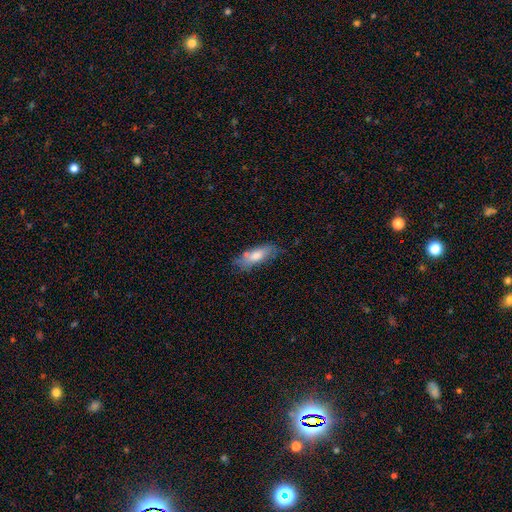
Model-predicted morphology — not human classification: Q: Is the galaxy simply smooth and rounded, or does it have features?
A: smooth — 68%.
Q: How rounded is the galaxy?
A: in between — 63%.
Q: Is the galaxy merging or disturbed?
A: none — 64%.